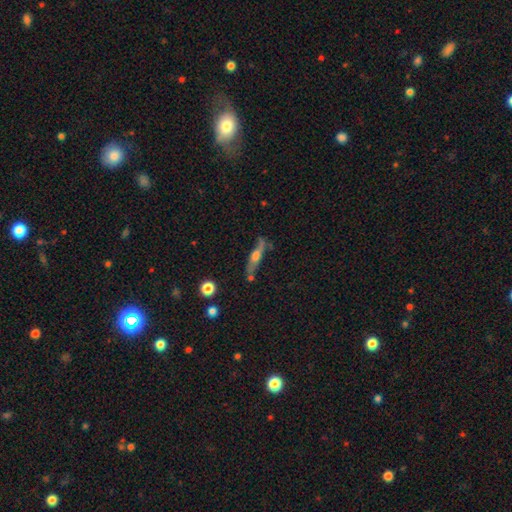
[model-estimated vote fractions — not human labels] Q: Smooth or featured?
A: featured or disk (57%); runner-up: smooth (35%)
Q: Edge-on disk?
A: yes (79%); runner-up: no (21%)
Q: Merging?
A: none (66%); runner-up: minor disturbance (20%)